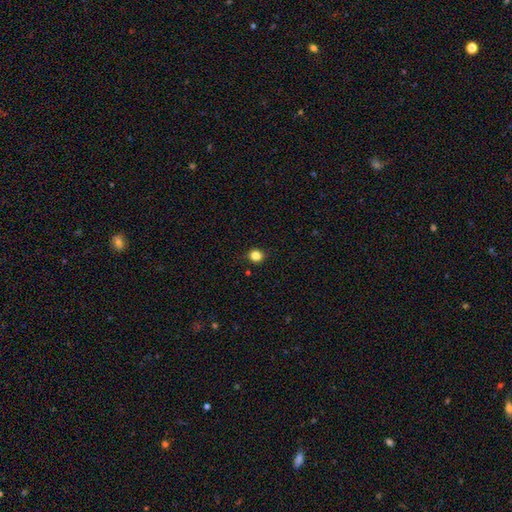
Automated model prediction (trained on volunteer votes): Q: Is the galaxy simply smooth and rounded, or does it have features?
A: smooth — 83%.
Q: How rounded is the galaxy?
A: round — 89%.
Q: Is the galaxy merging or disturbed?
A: none — 91%.